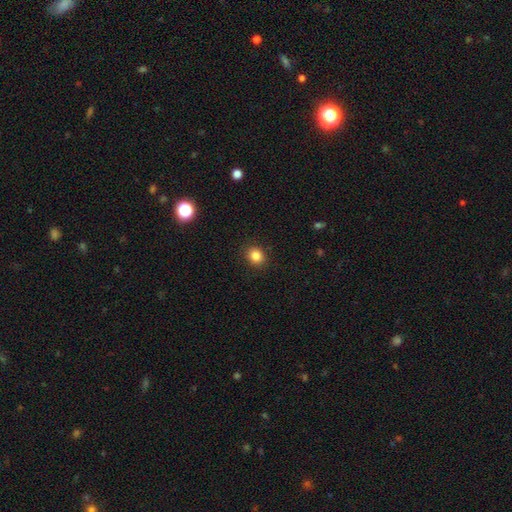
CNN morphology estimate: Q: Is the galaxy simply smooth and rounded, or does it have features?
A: smooth — 85%.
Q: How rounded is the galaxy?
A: round — 71%.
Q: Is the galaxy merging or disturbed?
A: none — 90%.